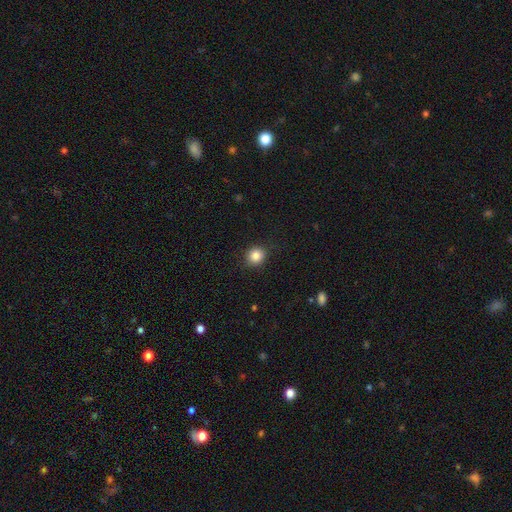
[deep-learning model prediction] A smooth galaxy with no disk features (85%) that is round (85%).

Vote fractions:
- Smooth or featured? smooth: 85% / star or artifact: 10% / featured or disk: 5%
- How rounded? round: 85% / in between: 14% / cigar-shaped: 1%
- Merging? none: 89% / minor disturbance: 7% / major disturbance: 2% / merger: 1%